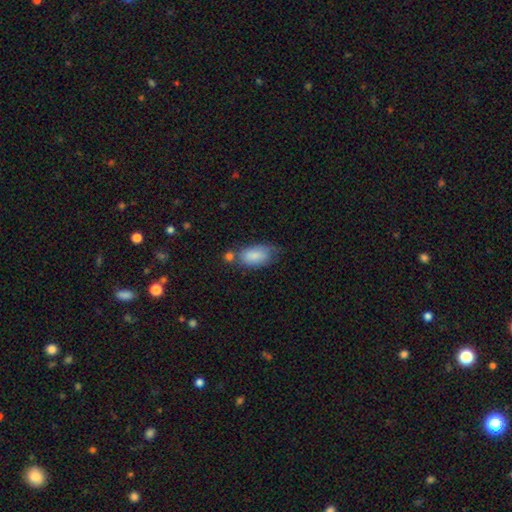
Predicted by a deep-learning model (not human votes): Smooth or featured? smooth (81%)
How rounded? in between (92%)
Merging? none (46%)